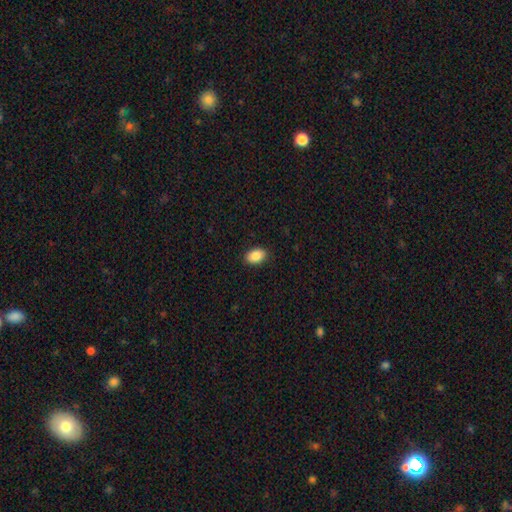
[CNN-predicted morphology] type=smooth (88%); roundness=in between (88%); merging=none (89%).